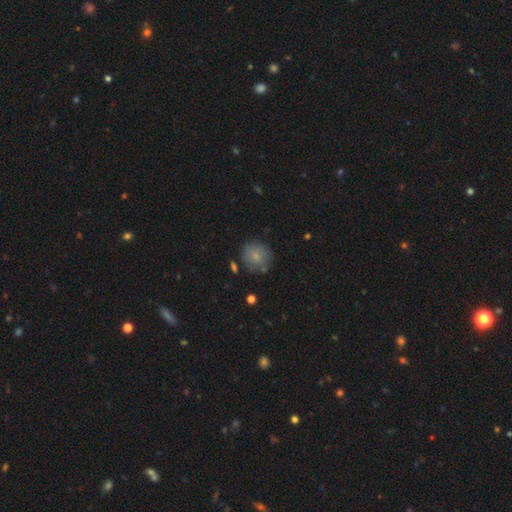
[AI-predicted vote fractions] The model was most divided on "merging": none: 77%, minor disturbance: 15%, merger: 5%, major disturbance: 4%. More confident: how rounded — round (91%); smooth or featured — smooth (79%).